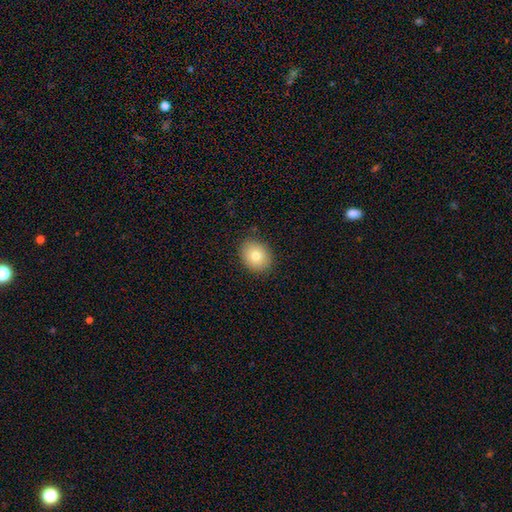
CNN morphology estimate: type=smooth (79%); roundness=round (51%); merging=none (87%).